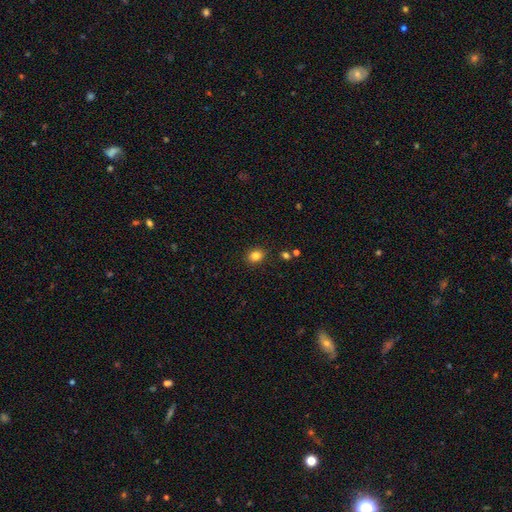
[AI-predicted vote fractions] Overall: smooth (83%). How rounded: round (60%; in between 39%). Merging: none (88%).